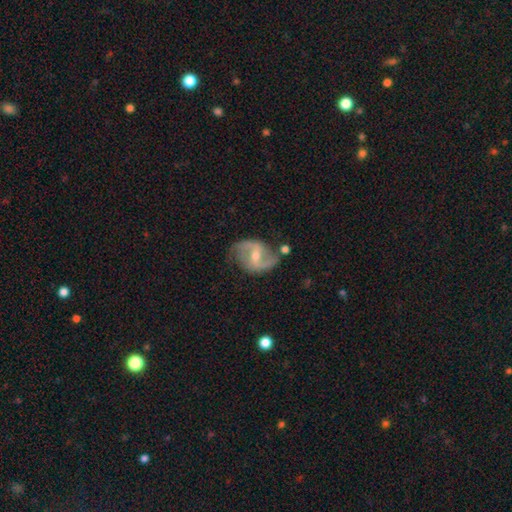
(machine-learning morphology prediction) featured or disk 86%, smooth 9%, star or artifact 5%. Down the decision tree: edge-on disk — no (97%); bar — weak (51%); spiral arms — yes (94%); spiral arm count — 2 (91%); spiral winding — medium (47%); bulge size — moderate (54%); merging — none (70%).